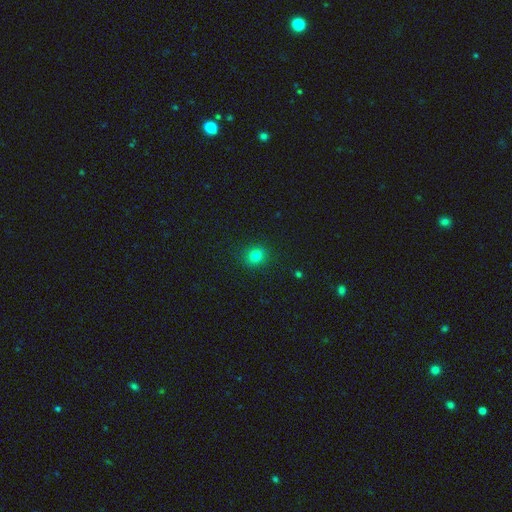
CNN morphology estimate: Smooth or featured: smooth — 80% (star or artifact — 14%)
How rounded: round — 81% (in between — 18%)
Merging: none — 90% (minor disturbance — 7%)